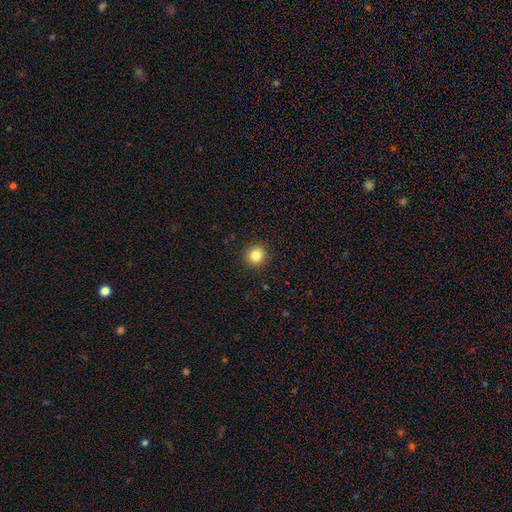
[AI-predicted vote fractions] A smooth galaxy with no disk features (84%) that is round (92%).

Vote fractions:
- Smooth or featured? smooth: 84% / star or artifact: 11% / featured or disk: 5%
- How rounded? round: 92% / in between: 7% / cigar-shaped: 1%
- Merging? none: 92% / minor disturbance: 5% / major disturbance: 2% / merger: 1%